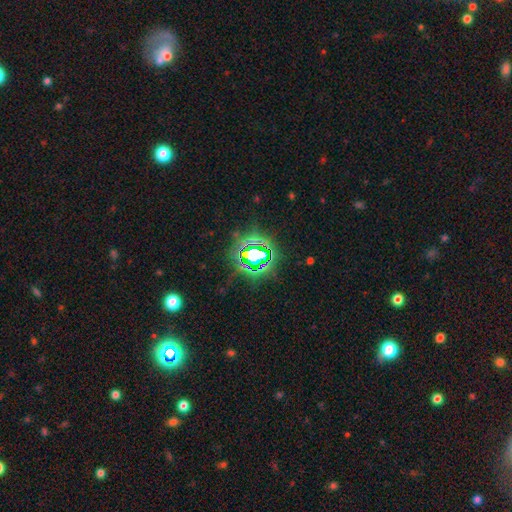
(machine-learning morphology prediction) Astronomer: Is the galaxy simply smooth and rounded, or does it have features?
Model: star or artifact — 77%.